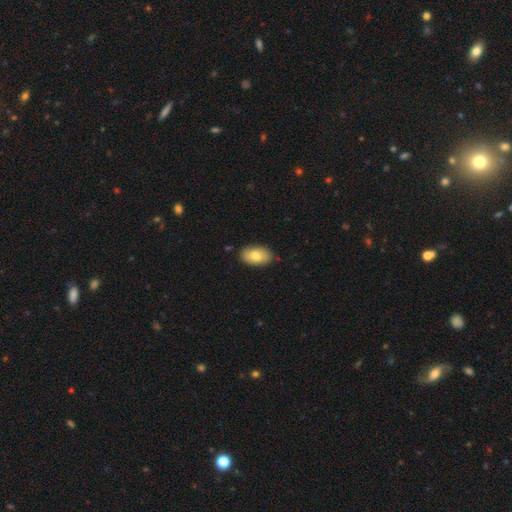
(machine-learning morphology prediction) smooth 78%, featured or disk 16%, star or artifact 7%. Down the decision tree: how rounded — in between (93%); merging — none (85%).